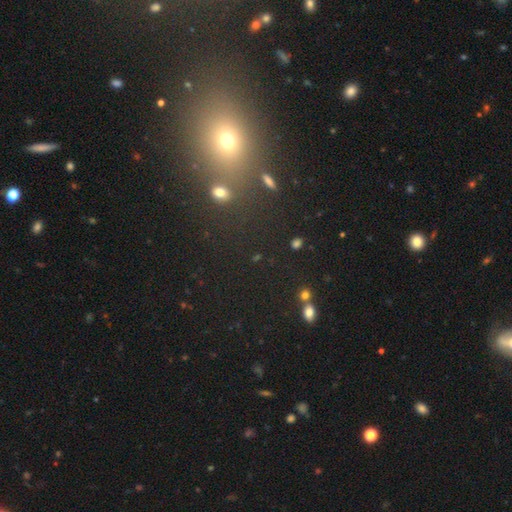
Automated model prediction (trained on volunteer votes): smooth-or-featured: star or artifact: 49% | smooth: 41% | featured or disk: 10%